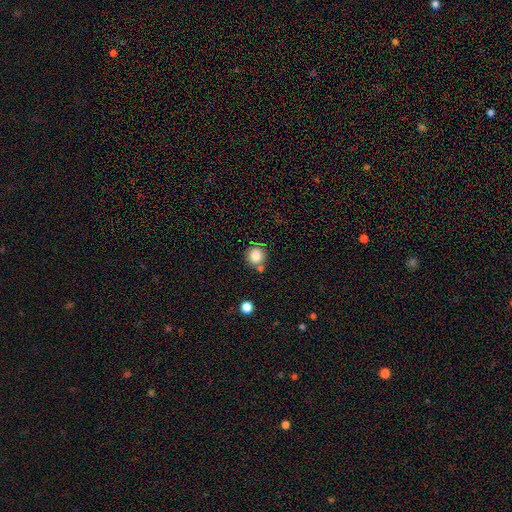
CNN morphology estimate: Smooth or featured: smooth — 82% (star or artifact — 11%)
How rounded: round — 90% (in between — 9%)
Merging: none — 71% (merger — 14%)